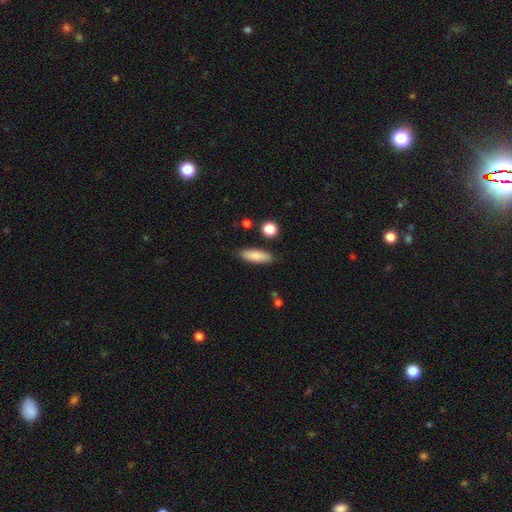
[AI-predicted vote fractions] Q: Smooth or featured?
A: smooth (84%); runner-up: featured or disk (9%)
Q: How rounded?
A: in between (61%); runner-up: cigar-shaped (37%)
Q: Merging?
A: none (83%); runner-up: minor disturbance (12%)